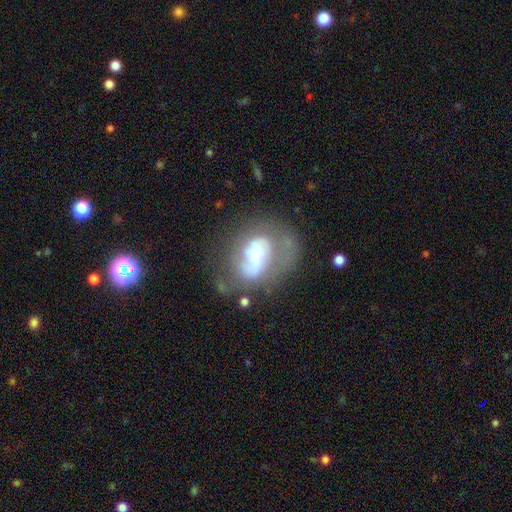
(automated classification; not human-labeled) Smooth or featured? featured or disk (60%)
Edge-on disk? no (97%)
Bar? no (55%)
Spiral arms? yes (61%)
Bulge size? large (31%)
Merging? major disturbance (37%)